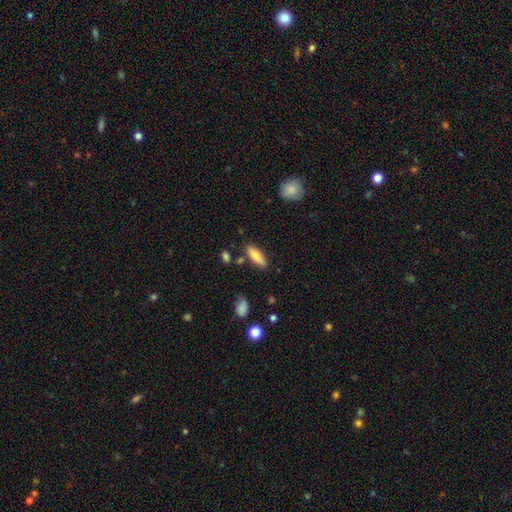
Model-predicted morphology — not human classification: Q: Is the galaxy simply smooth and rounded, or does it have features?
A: smooth — 78%.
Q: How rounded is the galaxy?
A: in between — 59%.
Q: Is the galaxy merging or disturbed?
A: none — 80%.